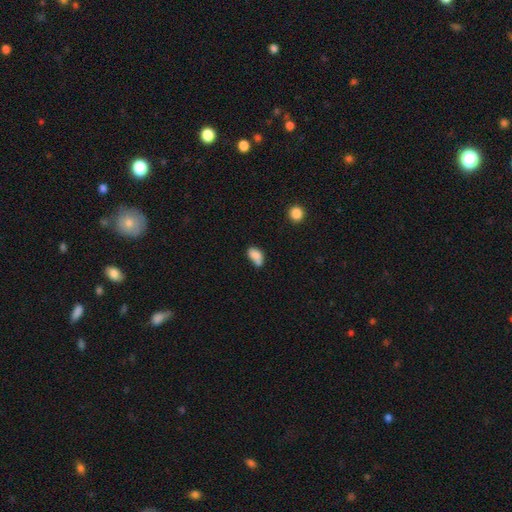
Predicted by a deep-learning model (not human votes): Smooth or featured? Predicted: smooth (p=0.78). How rounded? Predicted: in between (p=0.85). Merging? Predicted: none (p=0.34).